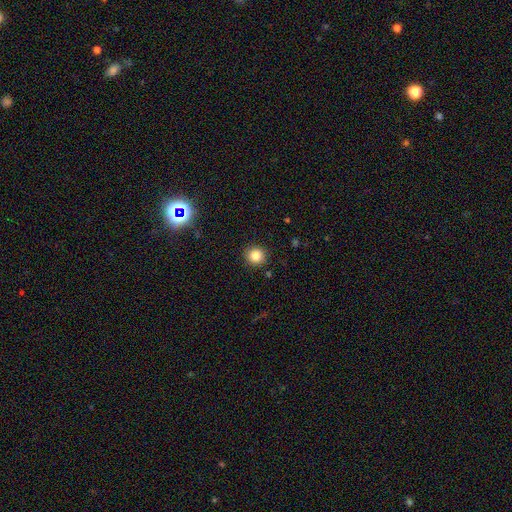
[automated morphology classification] smooth-or-featured: smooth: 83% | star or artifact: 11% | featured or disk: 5%
  how-rounded: round: 93% | in between: 6% | cigar-shaped: 1%
  merging: none: 91% | minor disturbance: 6% | major disturbance: 2% | merger: 1%